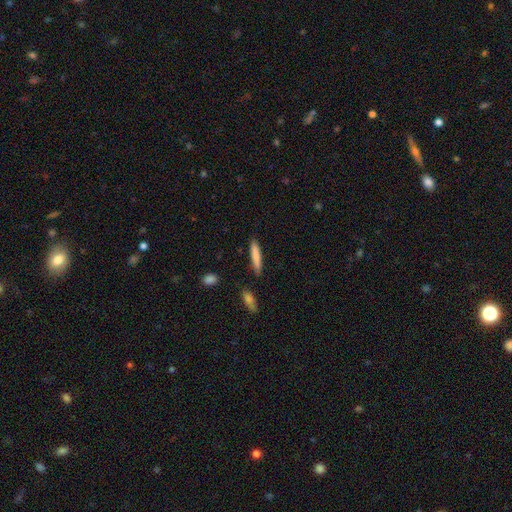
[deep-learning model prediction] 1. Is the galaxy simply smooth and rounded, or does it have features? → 81% smooth, 14% featured or disk, 6% star or artifact.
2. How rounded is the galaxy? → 88% cigar-shaped, 10% in between, 1% round.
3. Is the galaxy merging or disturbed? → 88% none, 8% minor disturbance, 2% merger, 2% major disturbance.